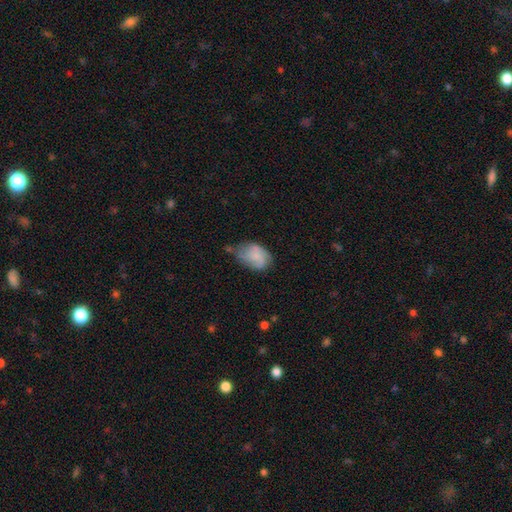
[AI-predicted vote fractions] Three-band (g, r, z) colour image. It shows a smooth galaxy with no disk features (63%) that is in between round and cigar-shaped (82%). Merging: minor disturbance (41%).